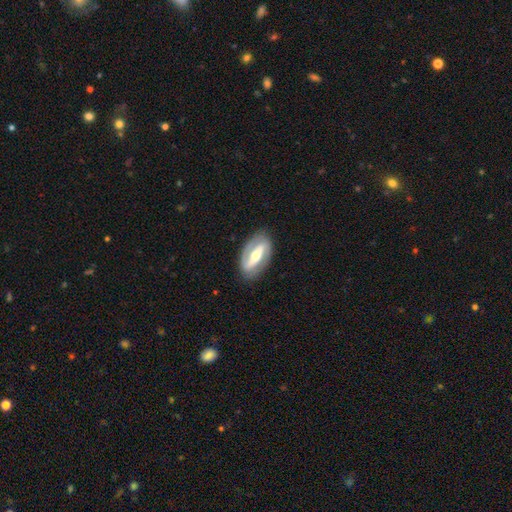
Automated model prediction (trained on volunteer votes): A featured or disk galaxy (80%) with a strong bar (57%), 2 (84%) medium (41%) spiral arms (82%) and a moderate central bulge (66%).

Vote fractions:
- Smooth or featured? featured or disk: 80% / smooth: 15% / star or artifact: 4%
- Edge-on disk? no: 93% / yes: 7%
- Bar? strong: 57% / weak: 25% / no: 18%
- Spiral arms? yes: 82% / no: 18%
- Spiral winding? medium: 41% / tight: 38% / loose: 21%
- Spiral arm count? 2: 84% / can't tell: 7% / 1: 6% / 3: 1% / 4: 1% / more than 4: 1%
- Bulge size? moderate: 66% / small: 26% / large: 6% / dominant: 1% / none: 1%
- Merging? none: 83% / minor disturbance: 12% / major disturbance: 4% / merger: 1%